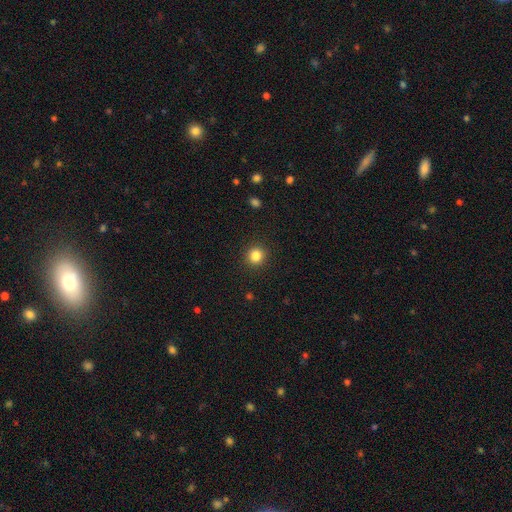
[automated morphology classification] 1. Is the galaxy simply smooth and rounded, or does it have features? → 84% smooth, 11% star or artifact, 4% featured or disk.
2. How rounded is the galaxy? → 92% round, 7% in between, 1% cigar-shaped.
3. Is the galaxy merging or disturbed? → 92% none, 5% minor disturbance, 2% major disturbance, 1% merger.